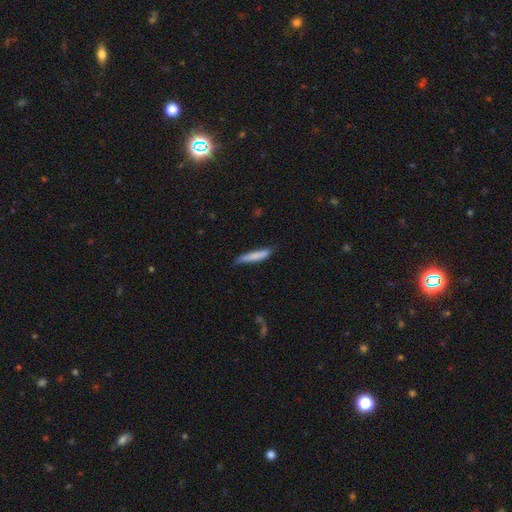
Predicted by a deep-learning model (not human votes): Smooth or featured: smooth — 78% (featured or disk — 16%)
How rounded: cigar-shaped — 91% (in between — 8%)
Merging: none — 68% (minor disturbance — 26%)